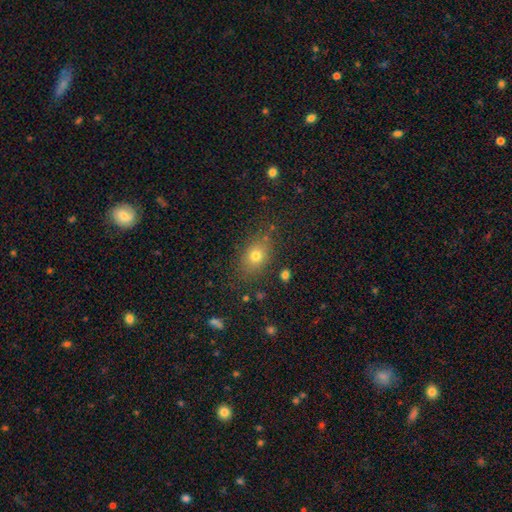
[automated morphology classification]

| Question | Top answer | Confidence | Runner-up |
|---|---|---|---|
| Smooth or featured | smooth | 74% | star or artifact (14%) |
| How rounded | in between | 66% | round (32%) |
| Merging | none | 79% | minor disturbance (13%) |